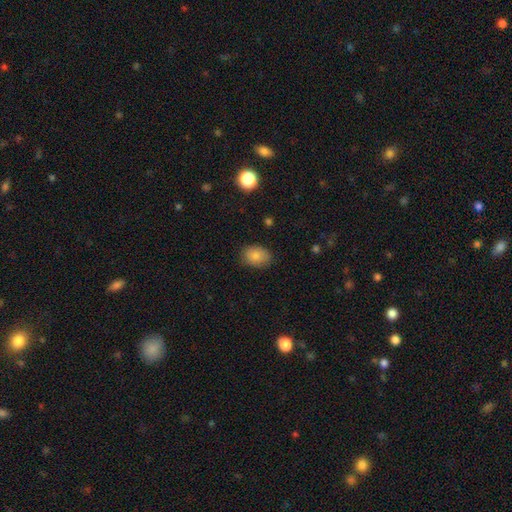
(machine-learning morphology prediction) Q: Smooth or featured?
A: smooth (84%); runner-up: star or artifact (9%)
Q: How rounded?
A: in between (72%); runner-up: round (27%)
Q: Merging?
A: none (81%); runner-up: minor disturbance (14%)